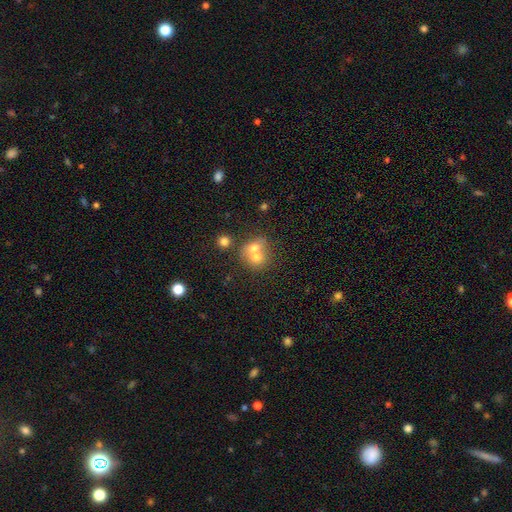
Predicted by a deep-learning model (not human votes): Q: Smooth or featured?
A: smooth (65%); runner-up: featured or disk (23%)
Q: How rounded?
A: round (72%); runner-up: in between (27%)
Q: Merging?
A: merger (65%); runner-up: none (26%)